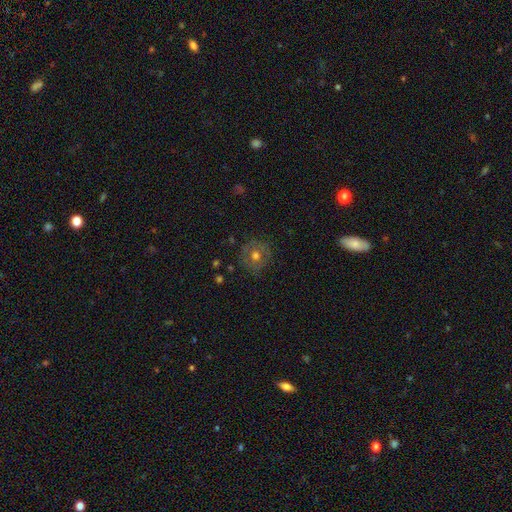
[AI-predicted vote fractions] Smooth or featured? smooth (53%)
How rounded? round (91%)
Merging? none (82%)